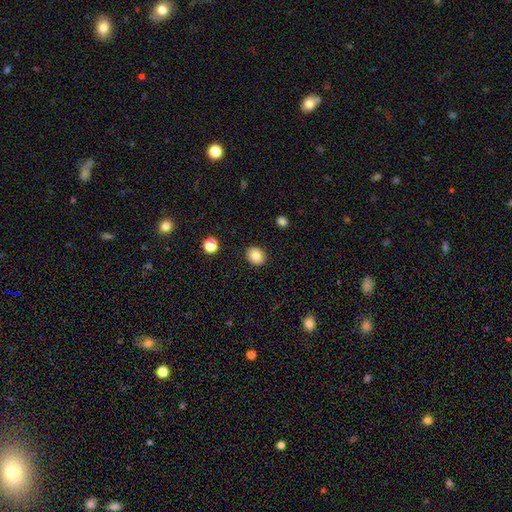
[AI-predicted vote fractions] The model was most divided on "how rounded": round: 63%, in between: 36%, cigar-shaped: 1%. More confident: merging — none (90%); smooth or featured — smooth (83%).